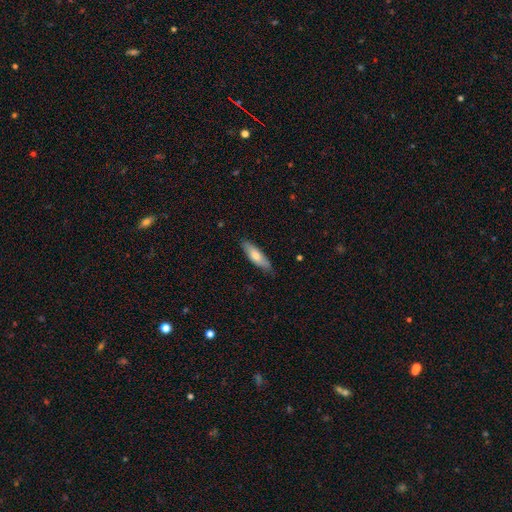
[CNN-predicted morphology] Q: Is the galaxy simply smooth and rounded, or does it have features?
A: smooth — 69%.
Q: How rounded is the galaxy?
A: cigar-shaped — 52%.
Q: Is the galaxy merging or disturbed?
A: none — 83%.